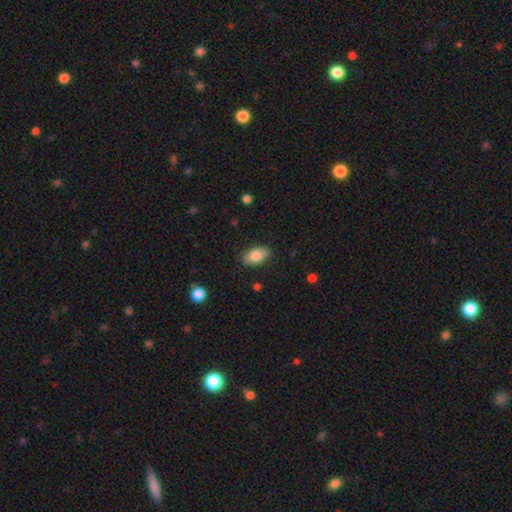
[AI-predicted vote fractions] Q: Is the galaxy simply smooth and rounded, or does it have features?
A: smooth — 81%.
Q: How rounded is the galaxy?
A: in between — 92%.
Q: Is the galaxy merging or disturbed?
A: none — 86%.